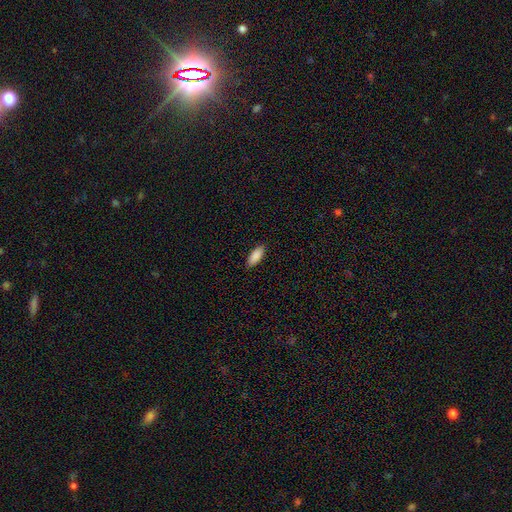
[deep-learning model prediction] Morphology: type=smooth (90%); roundness=in between (77%); merging=none (89%).